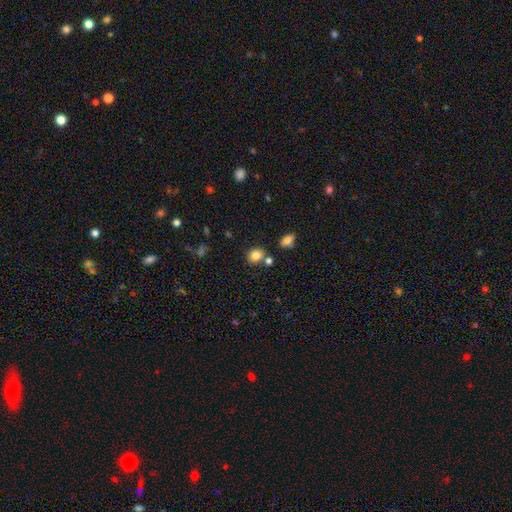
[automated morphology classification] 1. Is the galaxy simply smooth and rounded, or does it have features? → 81% smooth, 11% star or artifact, 8% featured or disk.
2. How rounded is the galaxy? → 54% round, 45% in between, 1% cigar-shaped.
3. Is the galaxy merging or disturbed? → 71% none, 13% merger, 13% minor disturbance, 3% major disturbance.